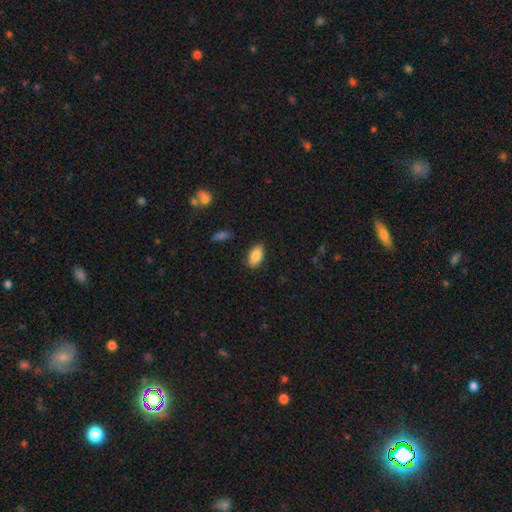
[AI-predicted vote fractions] This appears to be a smooth galaxy with no disk features (86%) that is in between round and cigar-shaped (92%). Merging: none (84%).